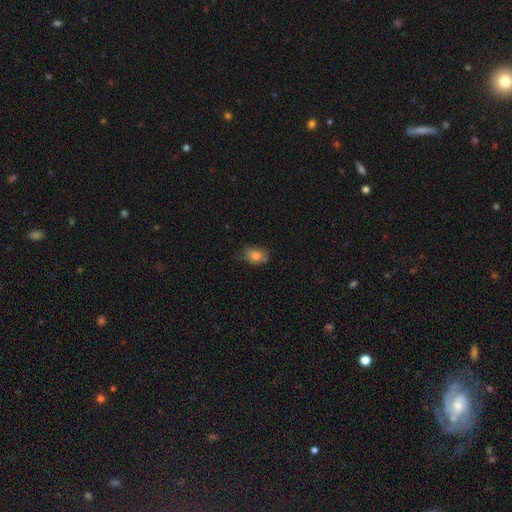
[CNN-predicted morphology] smooth 79%, featured or disk 11%, star or artifact 9%. Down the decision tree: how rounded — in between (74%); merging — none (65%).